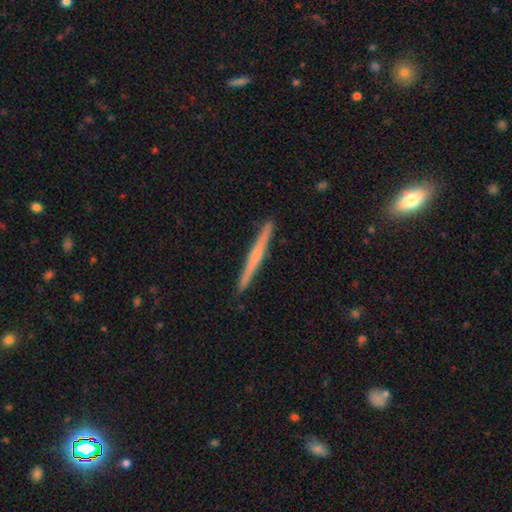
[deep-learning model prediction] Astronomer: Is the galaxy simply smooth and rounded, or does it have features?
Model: featured or disk — 55% (runner-up: smooth, 39%).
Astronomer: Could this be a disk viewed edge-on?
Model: yes — 98%.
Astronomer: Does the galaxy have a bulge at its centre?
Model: none — 57% (runner-up: rounded, 34%).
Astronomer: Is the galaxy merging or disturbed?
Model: none — 92%.